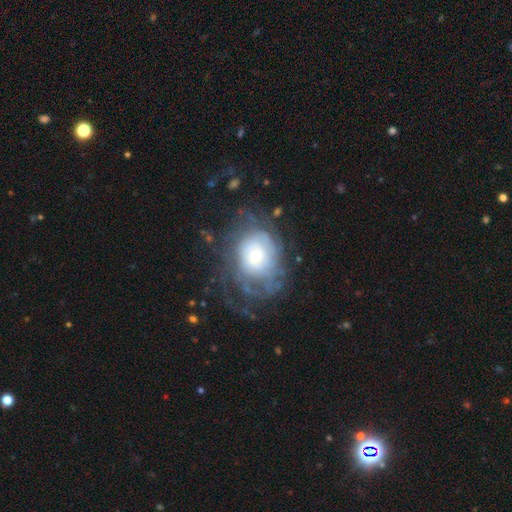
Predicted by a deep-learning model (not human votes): Overall: featured or disk (68%). Edge-on disk: no (96%). Bar: no (81%). Spiral arms: yes (74%). Bulge size: small (50%; moderate 38%). Merging: none (53%; major disturbance 25%).